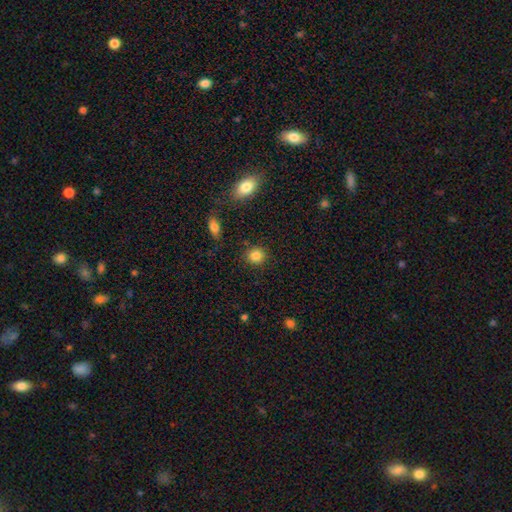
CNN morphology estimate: smooth-or-featured: smooth: 85% | star or artifact: 10% | featured or disk: 5%
  how-rounded: round: 87% | in between: 12% | cigar-shaped: 1%
  merging: none: 88% | minor disturbance: 8% | major disturbance: 2% | merger: 2%